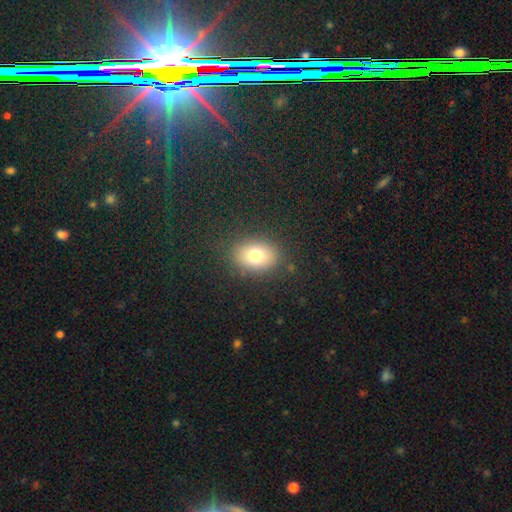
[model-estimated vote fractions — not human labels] A smooth galaxy with no disk features (76%) that is in between round and cigar-shaped (67%).

Vote fractions:
- Smooth or featured? smooth: 76% / star or artifact: 12% / featured or disk: 12%
- How rounded? in between: 67% / round: 32% / cigar-shaped: 1%
- Merging? none: 84% / minor disturbance: 10% / major disturbance: 4% / merger: 1%